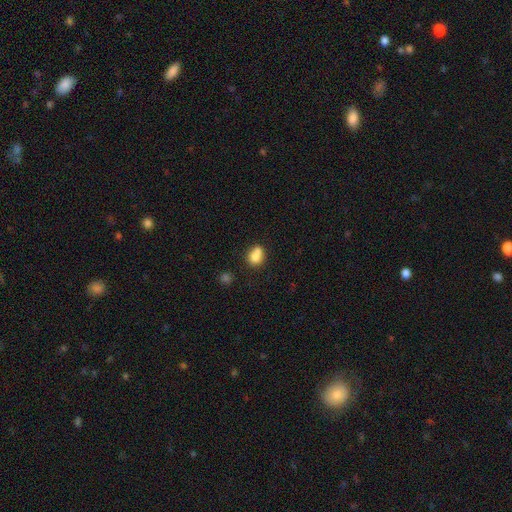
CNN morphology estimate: Overall: smooth (76%). How rounded: round (57%; in between 42%). Merging: merger (45%; none 36%).